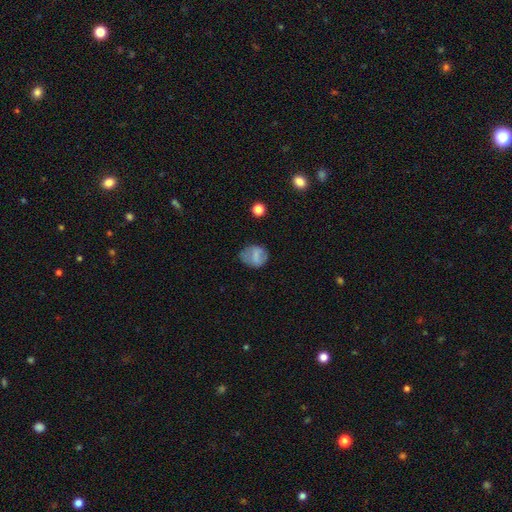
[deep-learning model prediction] Q: Smooth or featured?
A: smooth (63%); runner-up: featured or disk (27%)
Q: How rounded?
A: round (53%); runner-up: in between (45%)
Q: Merging?
A: none (65%); runner-up: minor disturbance (23%)